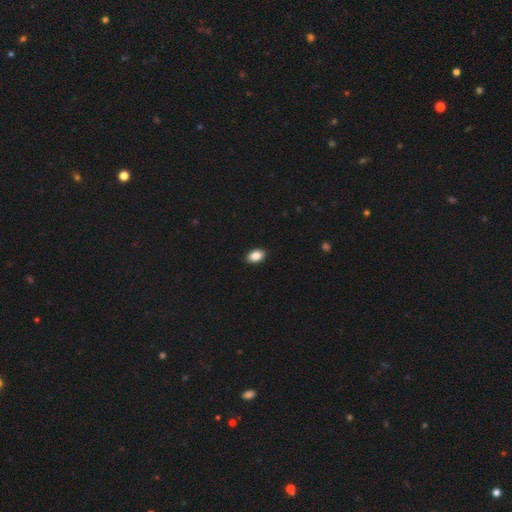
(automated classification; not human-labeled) Morphology: type=smooth (88%); roundness=in between (89%); merging=none (91%).